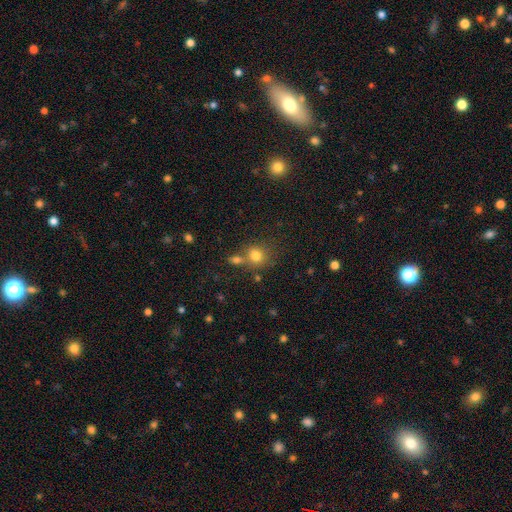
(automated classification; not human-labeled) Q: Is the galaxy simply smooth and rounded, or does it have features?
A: smooth — 78%.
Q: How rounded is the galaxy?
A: round — 78%.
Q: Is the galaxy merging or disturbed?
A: none — 56%.